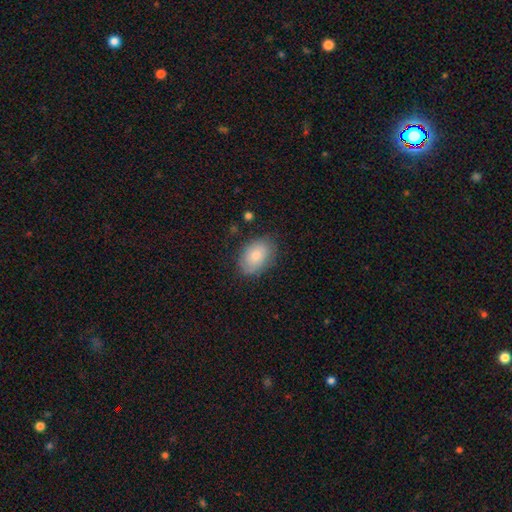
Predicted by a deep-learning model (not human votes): The model was most divided on "merging": none: 78%, minor disturbance: 17%, major disturbance: 4%, merger: 1%. More confident: how rounded — in between (86%); smooth or featured — smooth (78%).